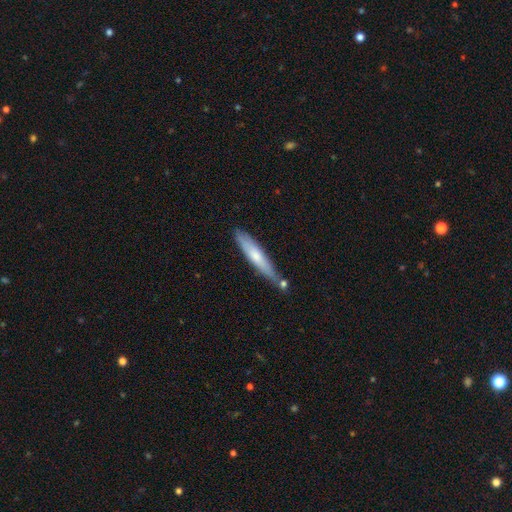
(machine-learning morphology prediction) This is possibly a smooth galaxy (59%). How rounded: clearly cigar-shaped (89%). Merging: likely none (68%).